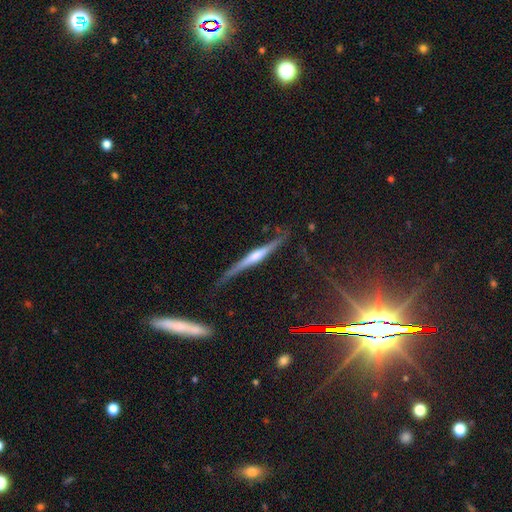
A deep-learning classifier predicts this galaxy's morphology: Smooth or featured: featured or disk — 72% (smooth — 19%)
Edge-on disk: yes — 94% (no — 6%)
Edge-on bulge: rounded — 62% (boxy — 20%)
Merging: none — 70% (minor disturbance — 22%)